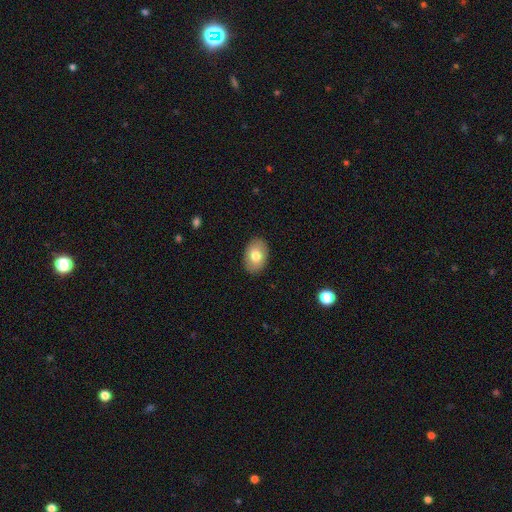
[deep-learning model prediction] Morphology: type=smooth (77%); roundness=in between (83%); merging=none (89%).